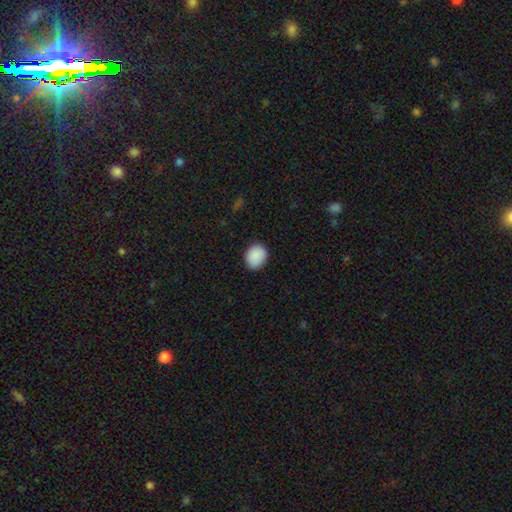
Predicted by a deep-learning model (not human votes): Overall: smooth (90%). How rounded: round (54%; in between 45%). Merging: none (86%).